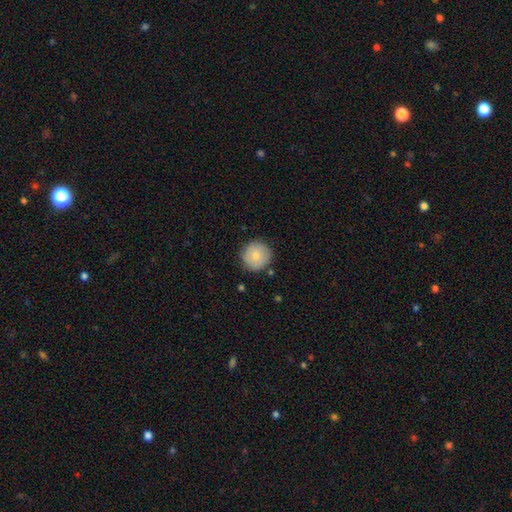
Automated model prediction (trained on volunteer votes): smooth-or-featured: smooth: 77% | featured or disk: 16% | star or artifact: 7%
  how-rounded: round: 95% | in between: 4% | cigar-shaped: 1%
  merging: none: 86% | minor disturbance: 10% | major disturbance: 2% | merger: 2%